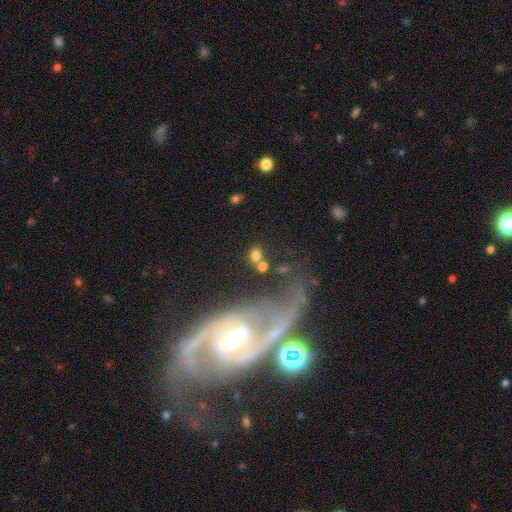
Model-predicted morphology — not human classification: Overall: smooth (73%). How rounded: round (65%; in between 33%). Merging: none (59%; merger 21%).